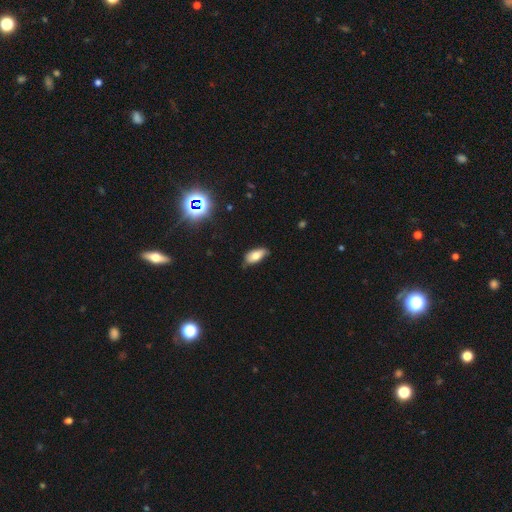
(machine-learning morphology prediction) type=smooth (73%); roundness=in between (88%); merging=none (68%).